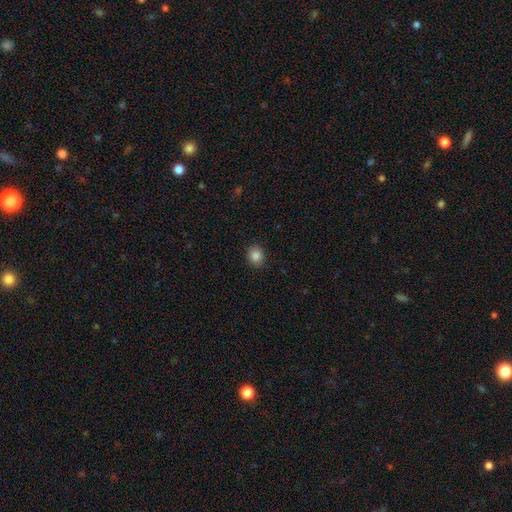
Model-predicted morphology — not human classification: The model was most divided on "how rounded": round: 79%, in between: 20%, cigar-shaped: 1%. More confident: merging — none (91%); smooth or featured — smooth (85%).